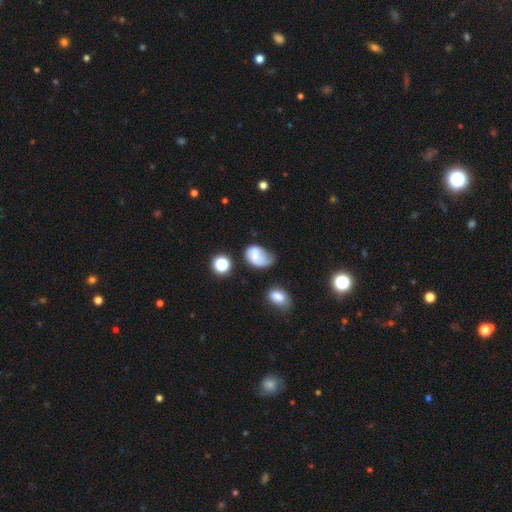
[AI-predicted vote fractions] Smooth or featured?
  - smooth: 64% *
  - featured or disk: 25%
  - star or artifact: 11%
How rounded?
  - in between: 78% *
  - round: 21%
  - cigar-shaped: 1%
Merging?
  - minor disturbance: 35% *
  - none: 30%
  - major disturbance: 26%
  - merger: 9%